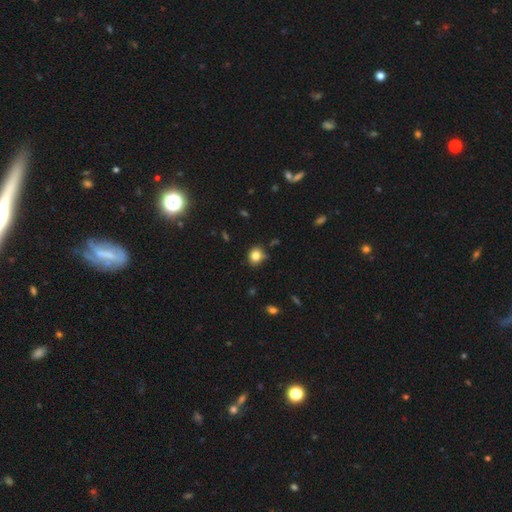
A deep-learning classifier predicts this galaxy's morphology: The model was most divided on "how rounded": round: 78%, in between: 21%, cigar-shaped: 1%. More confident: smooth or featured — smooth (81%); merging — none (76%).